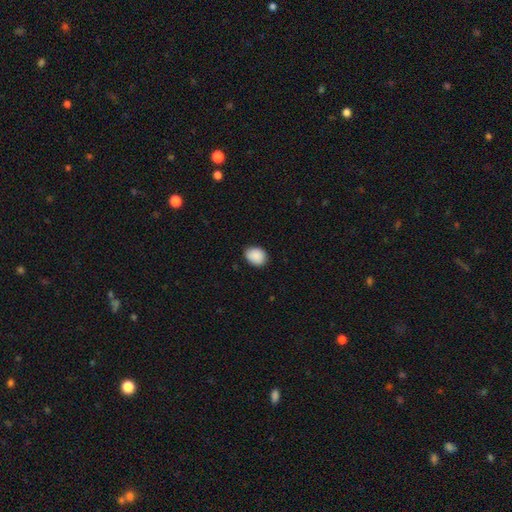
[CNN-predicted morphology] smooth-or-featured: smooth: 90% | star or artifact: 7% | featured or disk: 3%
  how-rounded: in between: 52% | round: 47% | cigar-shaped: 1%
  merging: none: 83% | minor disturbance: 13% | major disturbance: 2% | merger: 1%